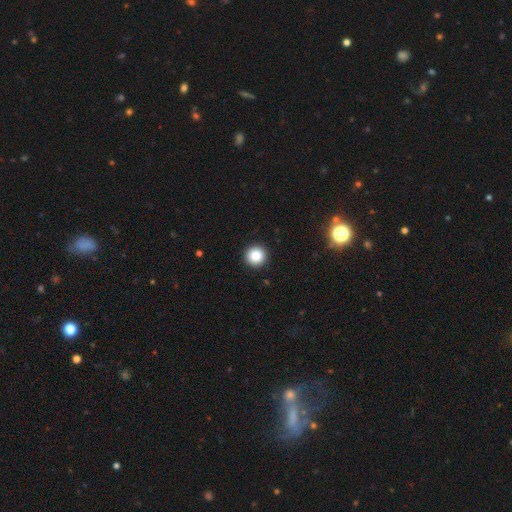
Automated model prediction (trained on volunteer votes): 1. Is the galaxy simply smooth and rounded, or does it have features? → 86% smooth, 10% star or artifact, 4% featured or disk.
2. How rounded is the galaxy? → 96% round, 3% in between, 1% cigar-shaped.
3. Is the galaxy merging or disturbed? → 93% none, 4% minor disturbance, 2% major disturbance, 1% merger.